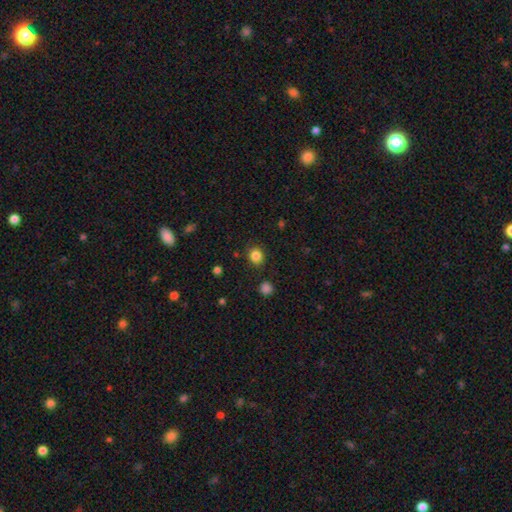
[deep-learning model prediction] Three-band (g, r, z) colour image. It shows a smooth galaxy with no disk features (84%) that is round (76%). Merging: none (86%).